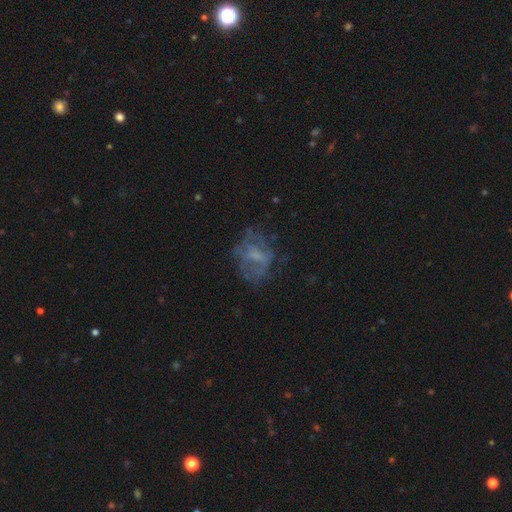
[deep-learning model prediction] Smooth or featured?
  - featured or disk: 54% *
  - smooth: 31%
  - star or artifact: 15%
Edge-on disk?
  - no: 97% *
  - yes: 3%
Bar?
  - no: 63% *
  - weak: 31%
  - strong: 7%
Spiral arms?
  - no: 71% *
  - yes: 29%
Bulge size?
  - none: 37% *
  - small: 31%
  - moderate: 27%
  - large: 4%
  - dominant: 1%
Merging?
  - none: 52% *
  - major disturbance: 26%
  - minor disturbance: 20%
  - merger: 2%